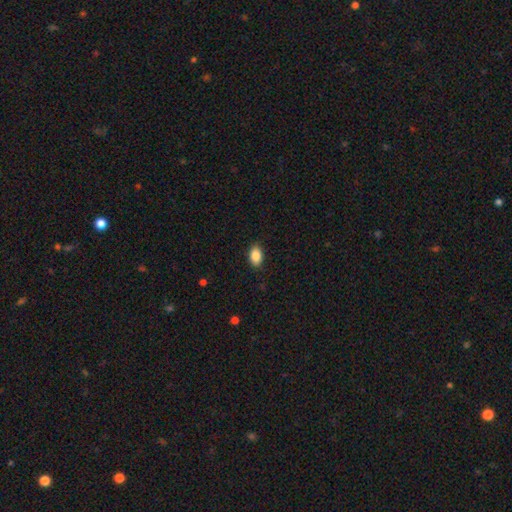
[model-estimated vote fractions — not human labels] Overall: smooth (87%). How rounded: in between (88%). Merging: none (88%).